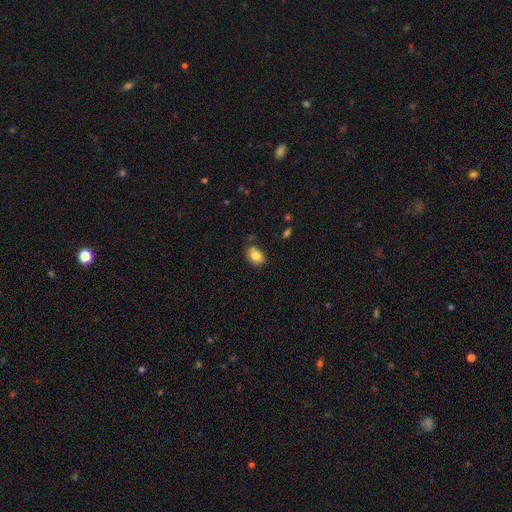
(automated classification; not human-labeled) Overall: smooth (82%). How rounded: in between (70%). Merging: none (72%).